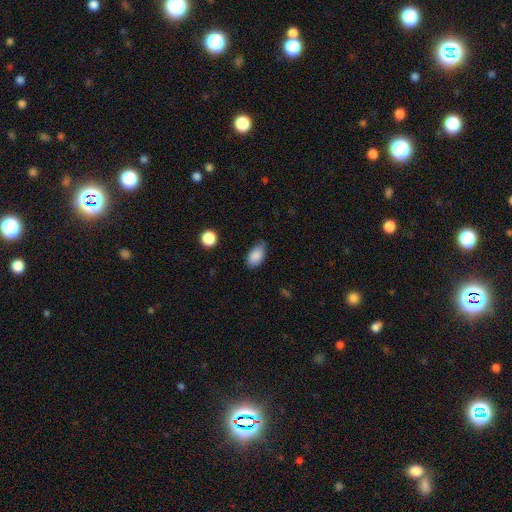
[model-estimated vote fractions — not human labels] Smooth or featured: smooth — 88% (star or artifact — 7%)
How rounded: in between — 93% (round — 5%)
Merging: none — 71% (minor disturbance — 23%)